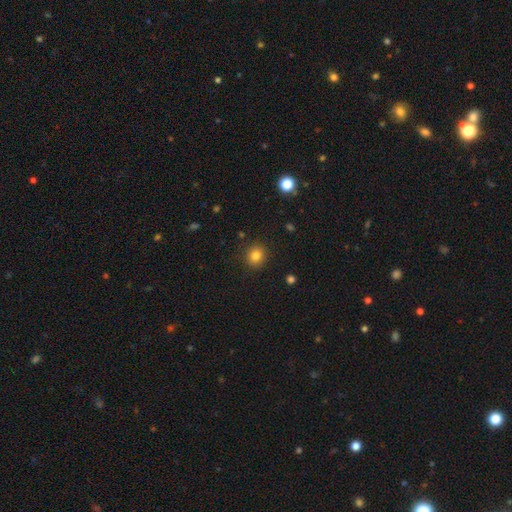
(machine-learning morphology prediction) Overall: smooth (82%). How rounded: round (84%). Merging: none (90%).